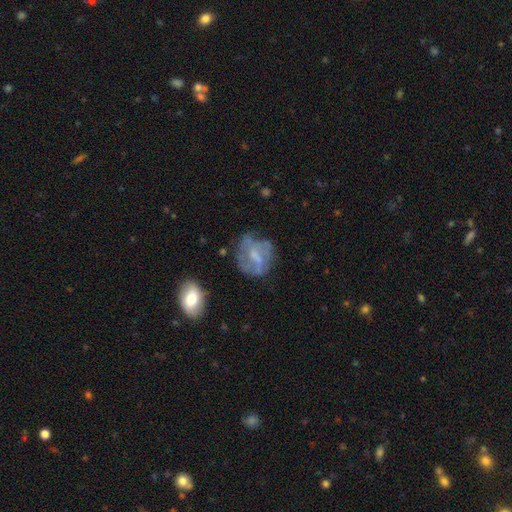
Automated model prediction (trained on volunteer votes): Smooth or featured? Predicted: featured or disk (p=0.56). Edge-on disk? Predicted: no (p=0.97). Bar? Predicted: no (p=0.47). Spiral arms? Predicted: no (p=0.52). Bulge size? Predicted: small (p=0.36). Merging? Predicted: none (p=0.52).